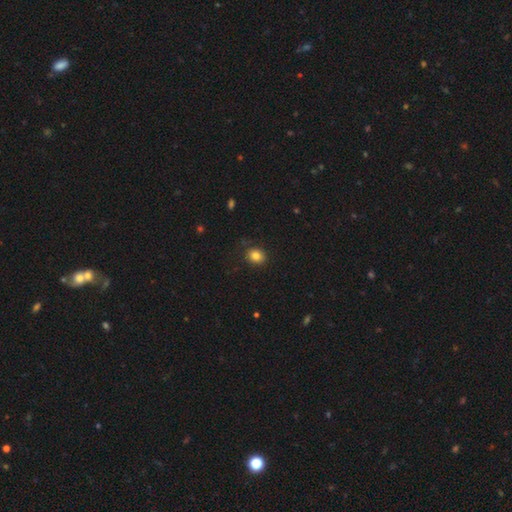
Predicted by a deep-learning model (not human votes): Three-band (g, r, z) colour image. It shows a smooth galaxy with no disk features (83%) that is round (57%). Merging: none (83%).